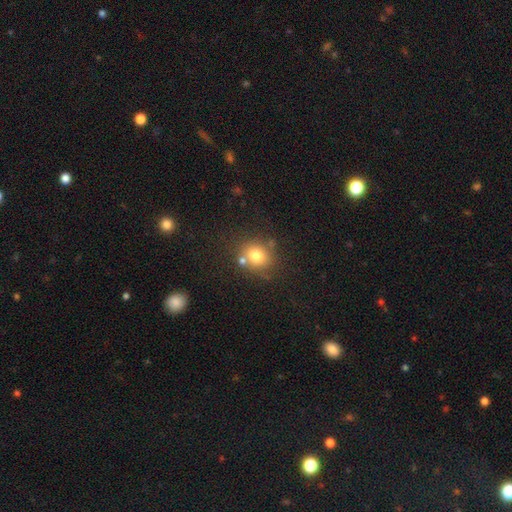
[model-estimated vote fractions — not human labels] Smooth or featured? smooth (76%)
How rounded? round (75%)
Merging? none (67%)